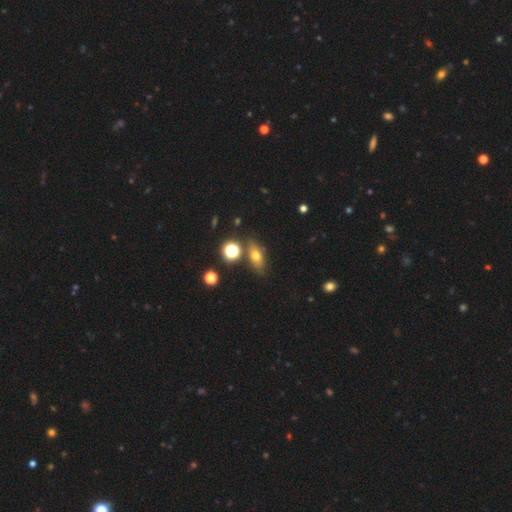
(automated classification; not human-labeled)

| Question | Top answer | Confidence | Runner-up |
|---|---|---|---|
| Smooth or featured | smooth | 62% | featured or disk (21%) |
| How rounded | in between | 67% | round (17%) |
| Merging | none | 75% | minor disturbance (13%) |